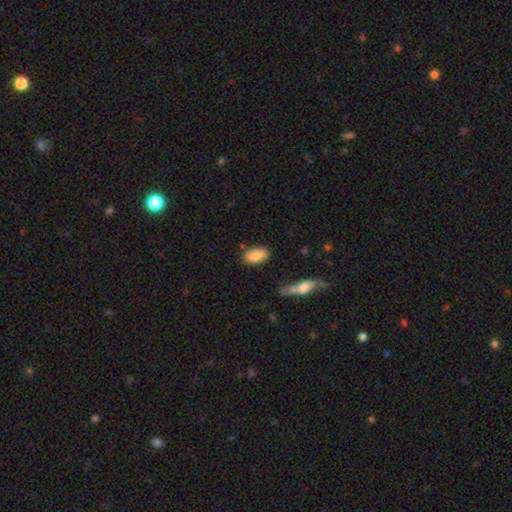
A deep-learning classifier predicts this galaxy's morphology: type=smooth (85%); roundness=in between (91%); merging=none (79%).